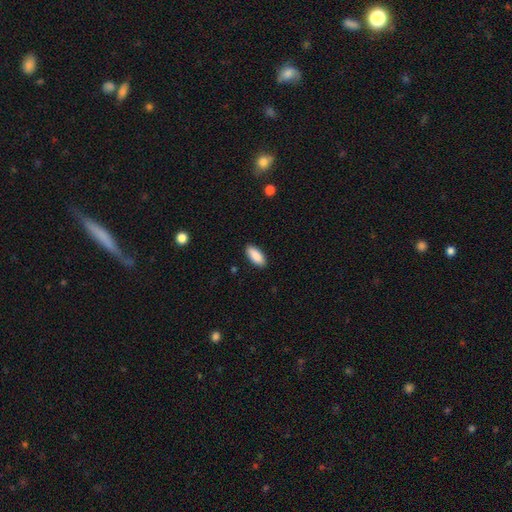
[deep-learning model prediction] A smooth galaxy with no disk features (89%) that is in between round and cigar-shaped (84%). Merging: none (89%).